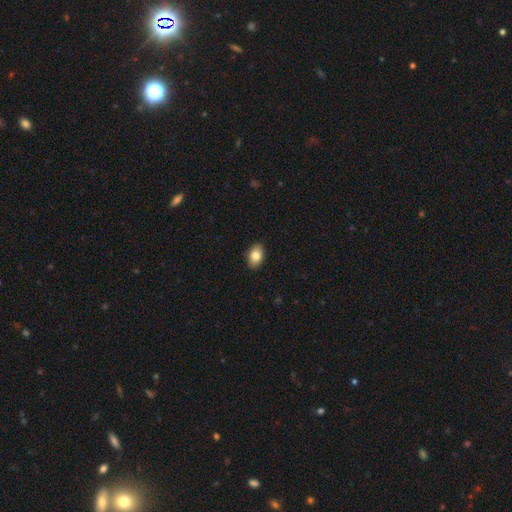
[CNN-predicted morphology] A smooth galaxy with no disk features (81%) that is in between round and cigar-shaped (88%). Merging: none (89%).